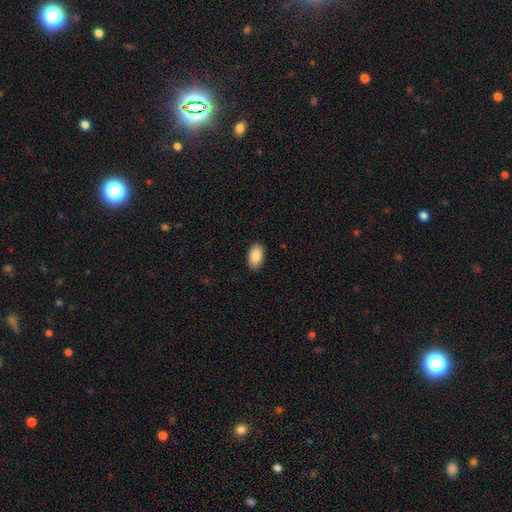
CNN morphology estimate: Smooth or featured?
  - smooth: 88% *
  - star or artifact: 6%
  - featured or disk: 5%
How rounded?
  - in between: 94% *
  - round: 4%
  - cigar-shaped: 2%
Merging?
  - none: 89% *
  - minor disturbance: 8%
  - major disturbance: 2%
  - merger: 1%